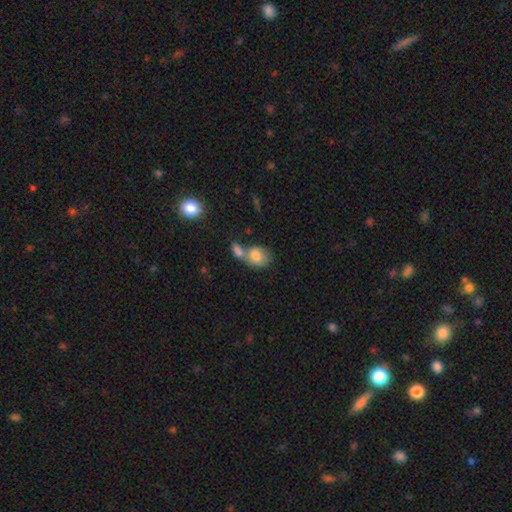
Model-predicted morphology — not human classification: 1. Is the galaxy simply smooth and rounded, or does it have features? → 81% smooth, 12% featured or disk, 8% star or artifact.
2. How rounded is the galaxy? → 58% in between, 40% round, 2% cigar-shaped.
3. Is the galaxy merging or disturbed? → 55% merger, 30% none, 10% minor disturbance, 5% major disturbance.